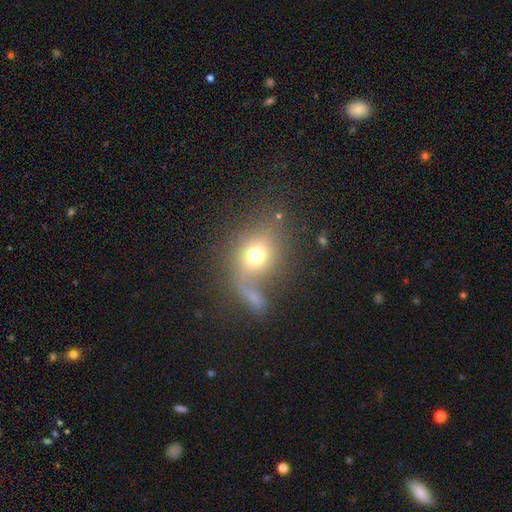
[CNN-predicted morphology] The model was most divided on "how rounded": round: 56%, in between: 42%, cigar-shaped: 2%. Remaining: smooth or featured — smooth (68%); merging — none (44%).